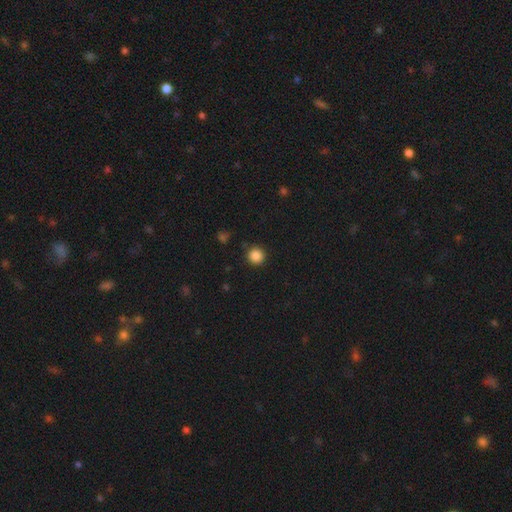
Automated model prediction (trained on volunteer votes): The model was most divided on "smooth or featured": smooth: 86%, star or artifact: 11%, featured or disk: 3%. More confident: how rounded — round (95%); merging — none (91%).